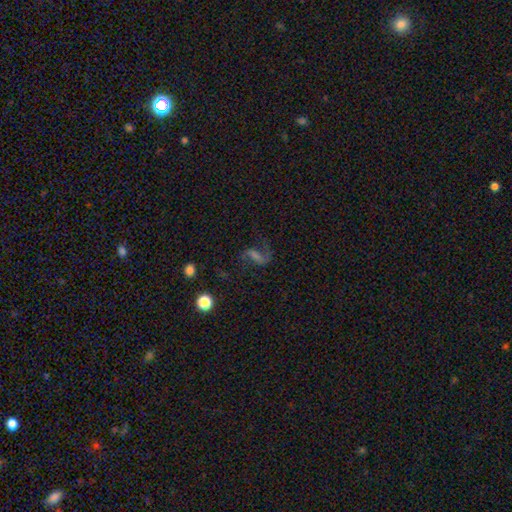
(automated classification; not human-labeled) Smooth or featured? Predicted: featured or disk (p=0.66). Edge-on disk? Predicted: no (p=0.95). Bar? Predicted: weak (p=0.38, tied with strong). Spiral arms? Predicted: yes (p=0.90). Spiral winding? Predicted: loose (p=0.71). Spiral arm count? Predicted: 2 (p=0.76). Bulge size? Predicted: none (p=0.51). Merging? Predicted: none (p=0.63).